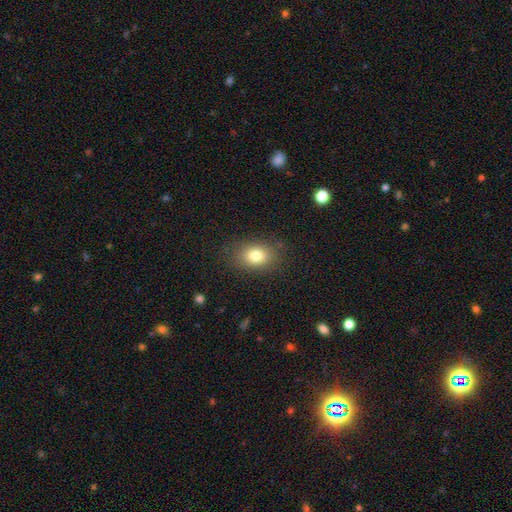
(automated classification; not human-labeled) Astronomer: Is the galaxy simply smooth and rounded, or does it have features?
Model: smooth — 79%.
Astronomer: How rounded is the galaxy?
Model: in between — 70%.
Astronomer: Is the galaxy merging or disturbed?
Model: none — 84%.